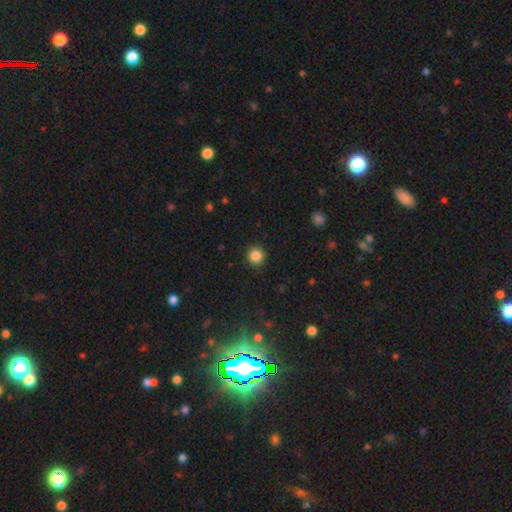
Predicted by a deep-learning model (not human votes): This appears to be a smooth galaxy with no disk features (85%) that is round (94%). Merging: none (91%).